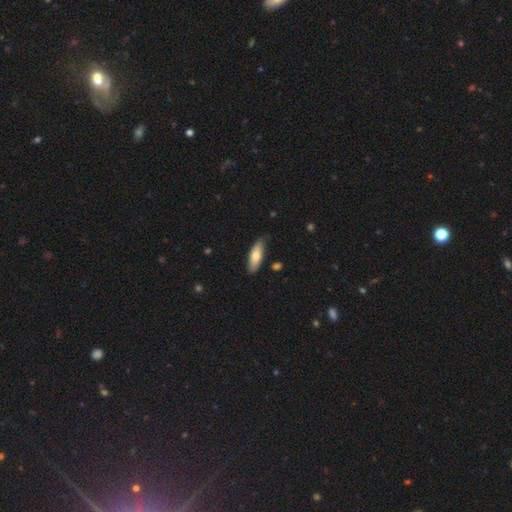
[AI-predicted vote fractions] A smooth galaxy with no disk features (71%) that is in between round and cigar-shaped (65%). Merging: none (78%).